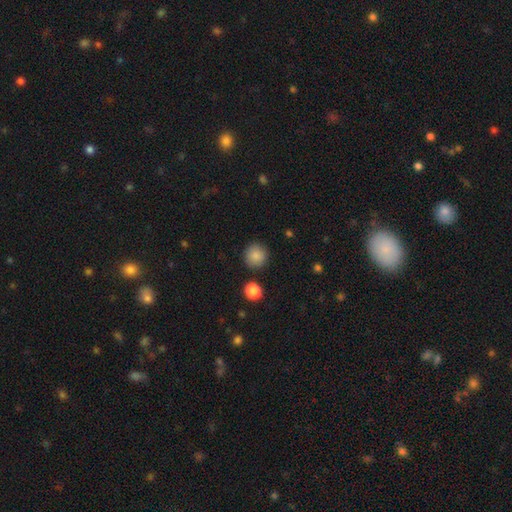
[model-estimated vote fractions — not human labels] Morphology: type=smooth (87%); roundness=round (93%); merging=none (89%).